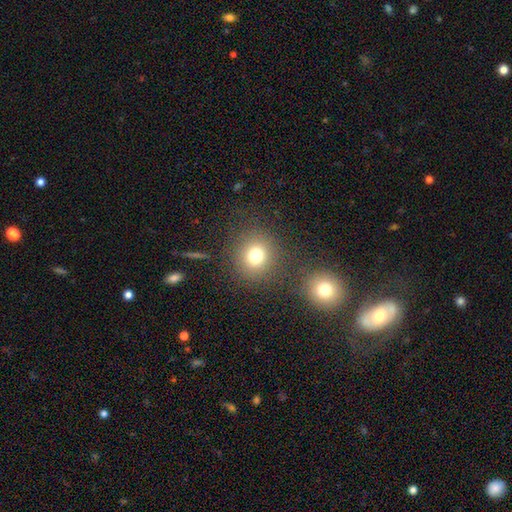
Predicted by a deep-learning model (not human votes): The model was most divided on "smooth or featured": smooth: 76%, star or artifact: 15%, featured or disk: 9%. More confident: how rounded — round (88%); merging — none (81%).